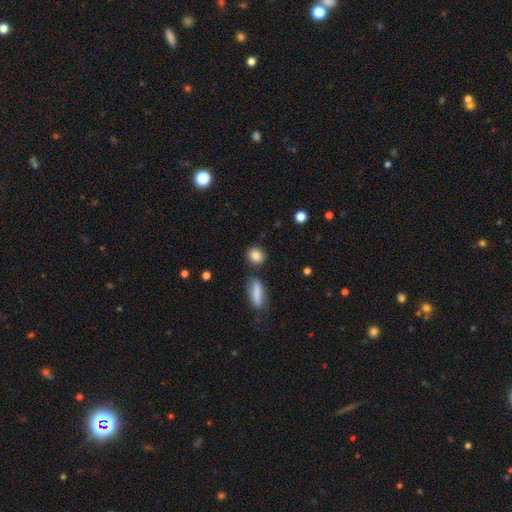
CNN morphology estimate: The model was most divided on "how rounded": round: 70%, in between: 26%, cigar-shaped: 4%. More confident: smooth or featured — smooth (85%); merging — none (80%).